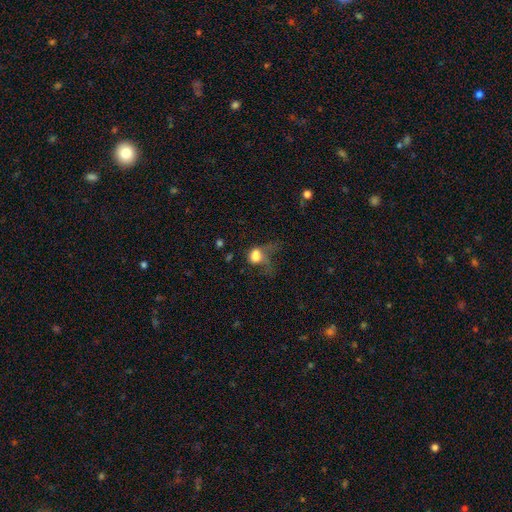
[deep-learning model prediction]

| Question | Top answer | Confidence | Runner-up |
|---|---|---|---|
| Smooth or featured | smooth | 66% | featured or disk (22%) |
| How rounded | in between | 52% | round (47%) |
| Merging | major disturbance | 53% | none (19%) |